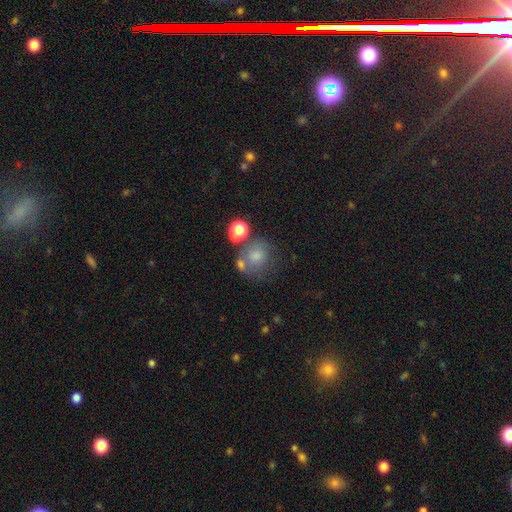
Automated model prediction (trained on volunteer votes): Morphology: type=smooth (68%); roundness=round (76%); merging=none (46%).